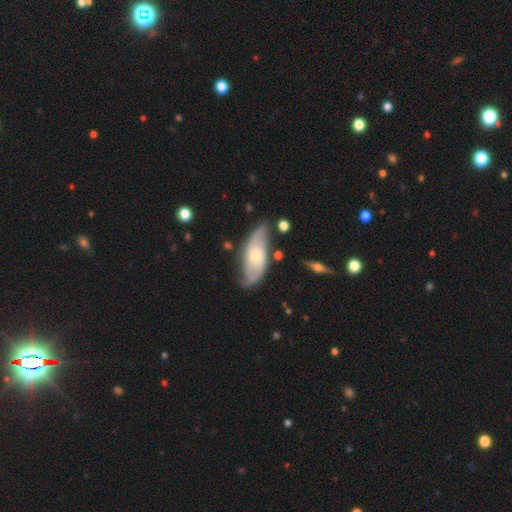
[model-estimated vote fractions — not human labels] This is likely a featured or disk galaxy (69%). It is clearly not viewed edge-on (89%). Bar: likely no (67%). Spiral arm pattern: clearly yes (89%). Spiral arm count: clearly 2 (82%). Spiral winding: marginally loose (42%). Central bulge: possibly small (49%). Merging: likely none (68%).